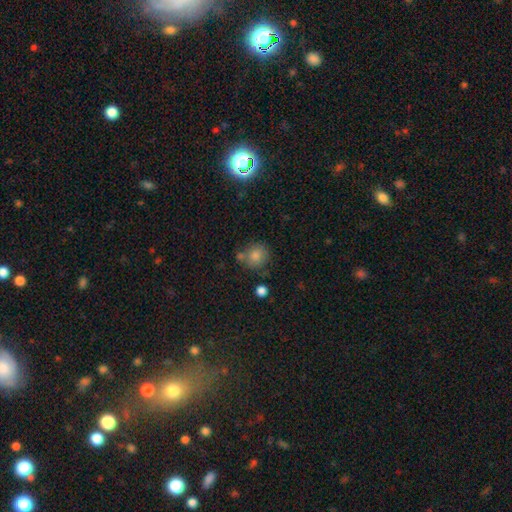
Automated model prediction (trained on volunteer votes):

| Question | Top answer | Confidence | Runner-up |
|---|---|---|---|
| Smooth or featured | smooth | 82% | star or artifact (10%) |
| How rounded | round | 86% | in between (14%) |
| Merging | none | 65% | merger (15%) |